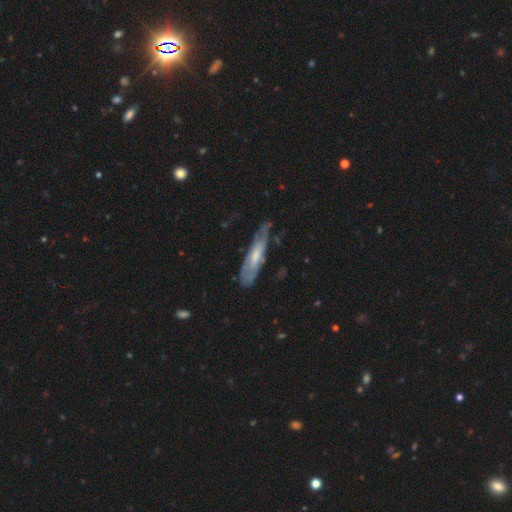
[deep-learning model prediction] A featured or disk galaxy (51%).

Vote fractions:
- Smooth or featured? featured or disk: 51% / smooth: 43% / star or artifact: 6%
- Edge-on disk? no: 51% / yes: 49%
- Merging? none: 59% / minor disturbance: 29% / major disturbance: 10% / merger: 2%